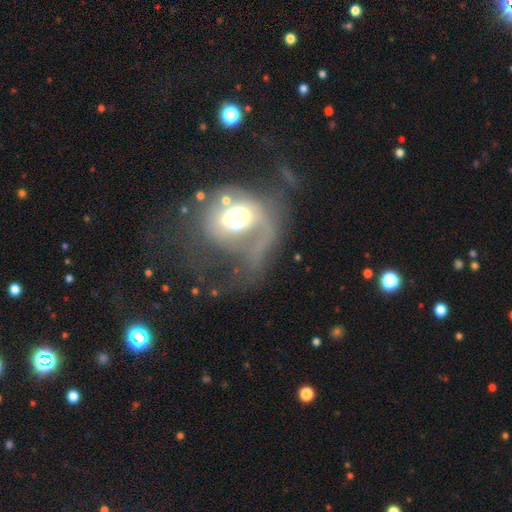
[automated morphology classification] Smooth or featured? featured or disk (59%)
Edge-on disk? no (96%)
Bar? no (72%)
Spiral arms? yes (51%)
Bulge size? large (42%)
Merging? major disturbance (53%)